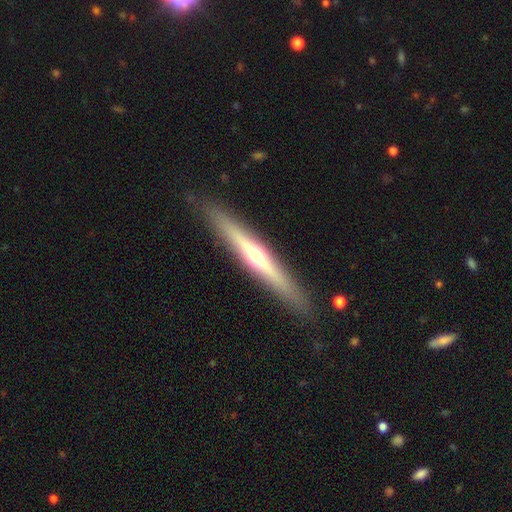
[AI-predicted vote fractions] smooth_or_featured: featured or disk (p=0.66) [alt: smooth p=0.28]
disk_edge_on: yes (p=0.96) [alt: no p=0.04]
edge_on_bulge: rounded (p=0.88) [alt: none p=0.09]
merging: none (p=0.89) [alt: minor disturbance p=0.08]